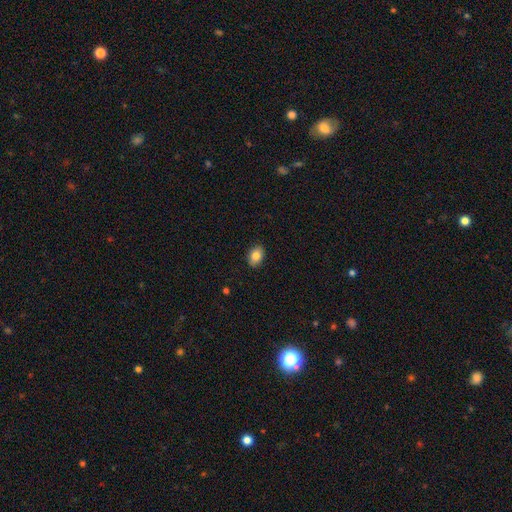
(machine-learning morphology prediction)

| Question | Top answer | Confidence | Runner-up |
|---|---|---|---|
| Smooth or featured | smooth | 83% | featured or disk (9%) |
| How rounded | in between | 79% | round (20%) |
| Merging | none | 89% | minor disturbance (8%) |